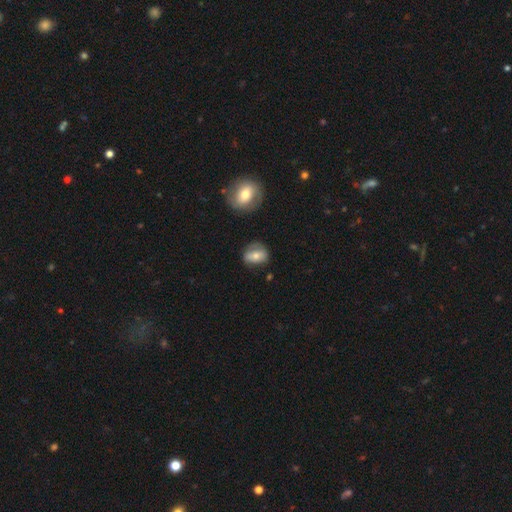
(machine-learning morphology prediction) smooth-or-featured: smooth: 65% | featured or disk: 27% | star or artifact: 8%
  how-rounded: in between: 61% | round: 37% | cigar-shaped: 2%
  merging: none: 61% | minor disturbance: 26% | major disturbance: 9% | merger: 4%